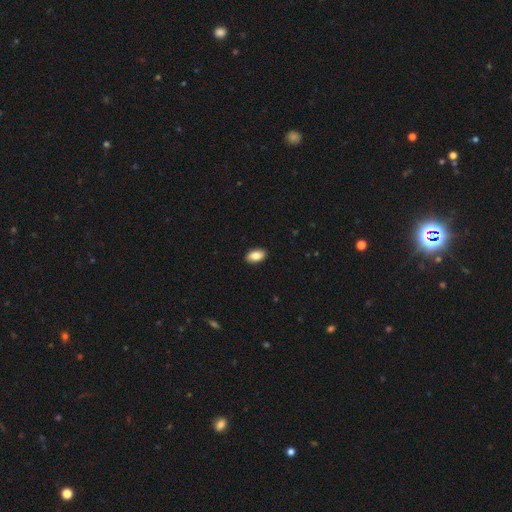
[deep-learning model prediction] The model was most divided on "smooth or featured": smooth: 86%, featured or disk: 7%, star or artifact: 7%. More confident: how rounded — in between (94%); merging — none (90%).